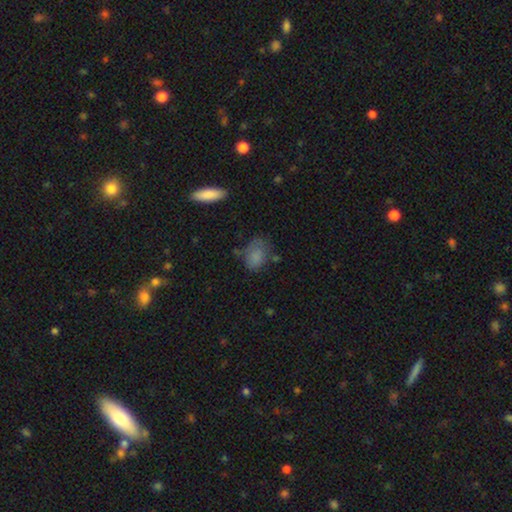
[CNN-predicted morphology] A smooth galaxy with no disk features (78%) that is in between round and cigar-shaped (74%). Merging: none (52%).